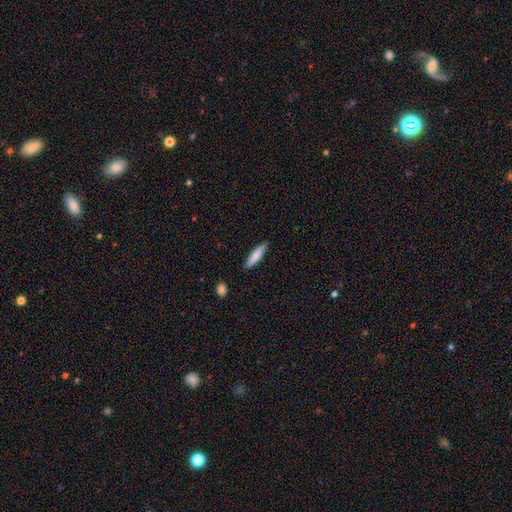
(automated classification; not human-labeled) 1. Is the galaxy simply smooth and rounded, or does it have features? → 78% smooth, 16% featured or disk, 6% star or artifact.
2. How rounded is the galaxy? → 82% cigar-shaped, 17% in between, 1% round.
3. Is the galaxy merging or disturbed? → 87% none, 10% minor disturbance, 2% major disturbance, 1% merger.